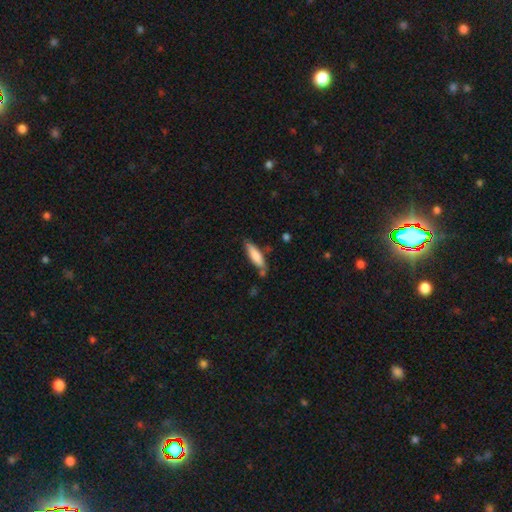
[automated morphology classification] The model was most divided on "how rounded": cigar-shaped: 65%, in between: 34%, round: 1%. More confident: smooth or featured — smooth (78%); merging — none (69%).